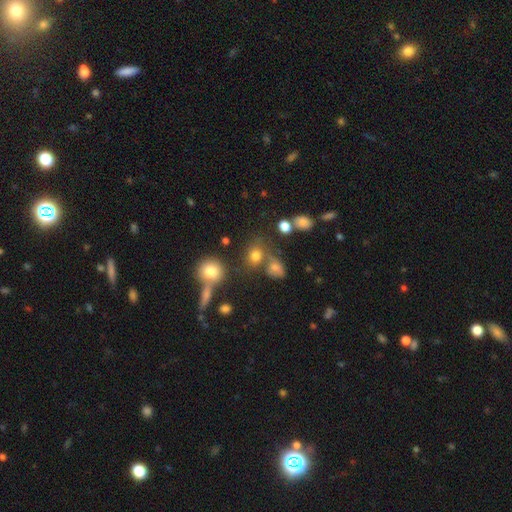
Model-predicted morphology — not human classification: A smooth galaxy with no disk features (74%) that is round (59%).

Vote fractions:
- Smooth or featured? smooth: 74% / star or artifact: 16% / featured or disk: 10%
- How rounded? round: 59% / in between: 38% / cigar-shaped: 2%
- Merging? none: 54% / merger: 25% / minor disturbance: 13% / major disturbance: 8%